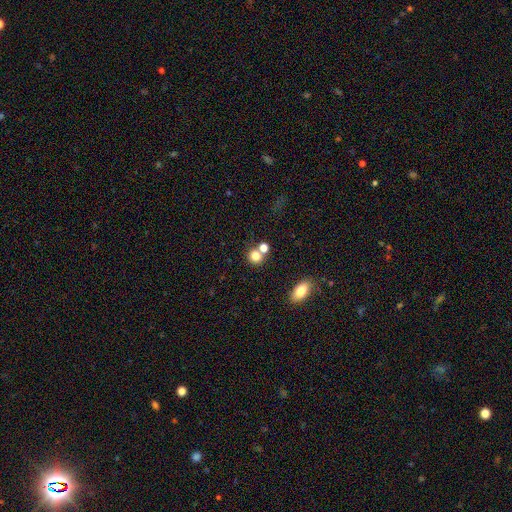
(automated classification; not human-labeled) This is likely a smooth galaxy (79%). How rounded: clearly round (81%). Merging: possibly none (56%).